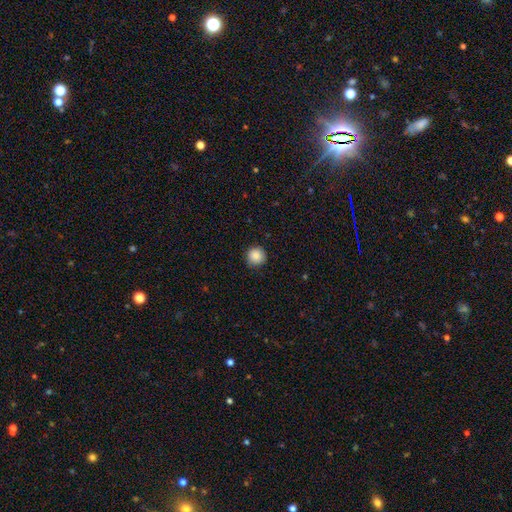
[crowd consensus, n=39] This is clearly a smooth galaxy (92%). How rounded: clearly round (100%). Merging: clearly none (92%).